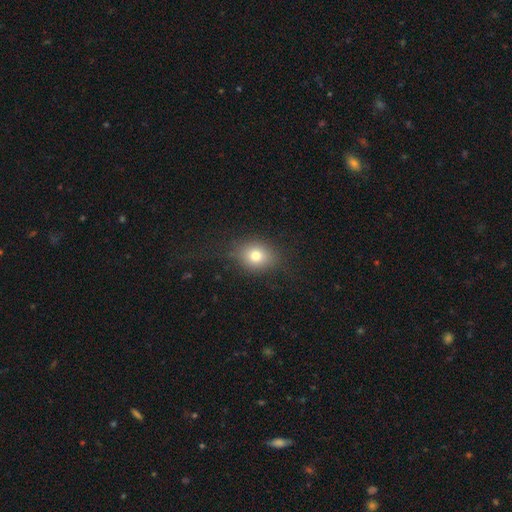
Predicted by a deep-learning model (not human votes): smooth 76%, star or artifact 12%, featured or disk 12%. Down the decision tree: how rounded — round (53%); merging — none (78%).